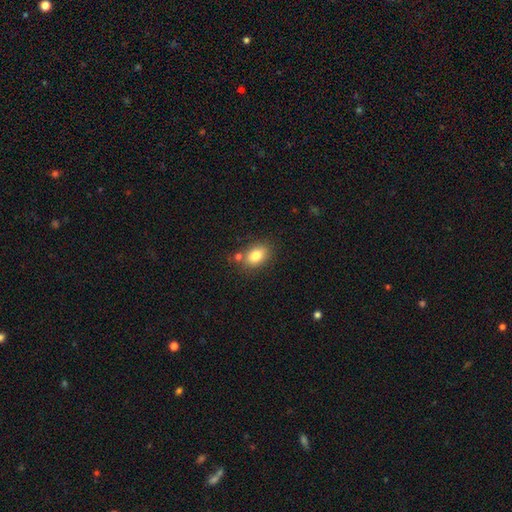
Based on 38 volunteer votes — Smooth or featured? smooth (82%)
How rounded? in between (77%)
Merging? none (66%)